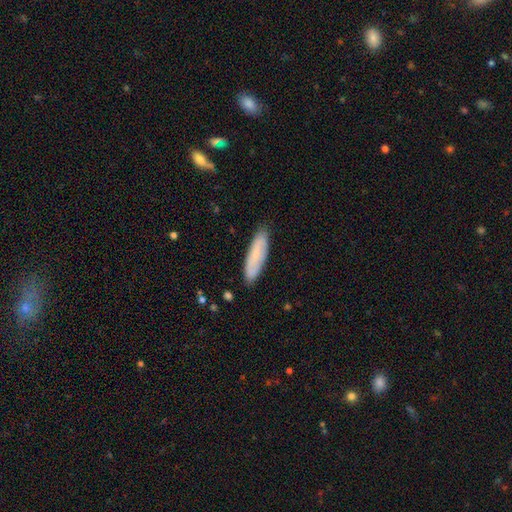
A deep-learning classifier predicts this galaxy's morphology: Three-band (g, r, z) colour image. It shows a smooth galaxy with no disk features (61%) that is cigar-shaped (62%). Merging: none (85%).